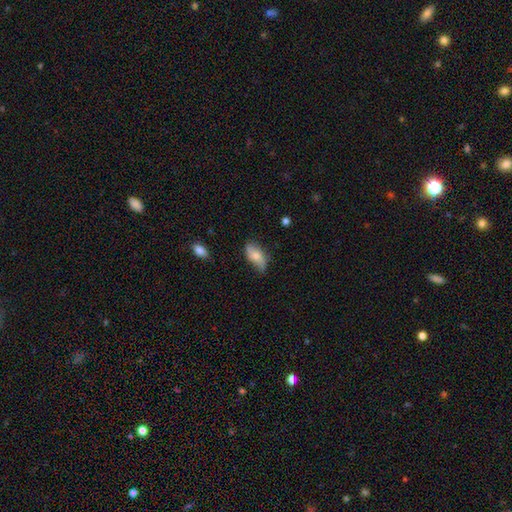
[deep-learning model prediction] Q: Smooth or featured?
A: smooth (64%); runner-up: featured or disk (29%)
Q: How rounded?
A: in between (89%); runner-up: cigar-shaped (8%)
Q: Merging?
A: none (59%); runner-up: minor disturbance (32%)